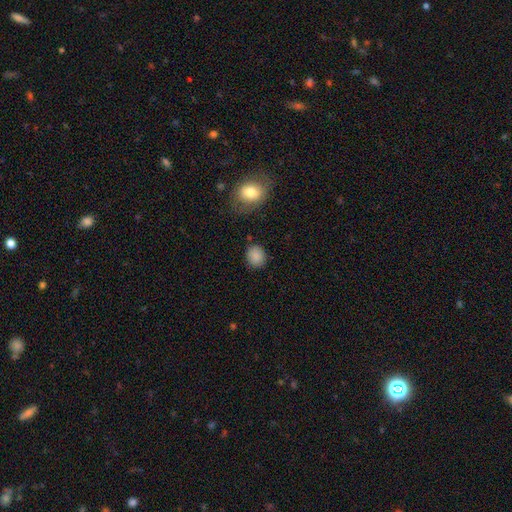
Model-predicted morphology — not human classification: type=smooth (87%); roundness=round (70%); merging=none (84%).